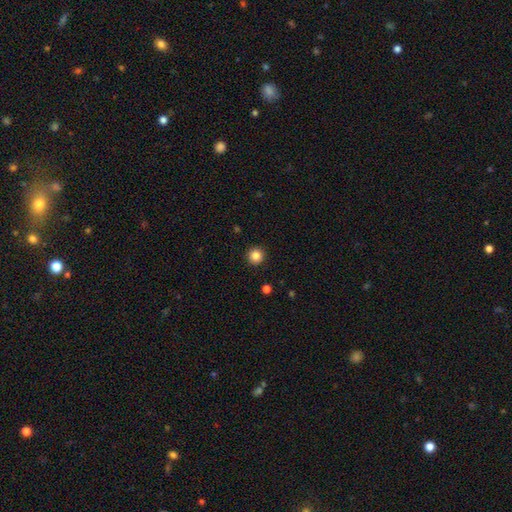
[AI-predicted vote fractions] Overall: smooth (85%). How rounded: round (96%). Merging: none (93%).